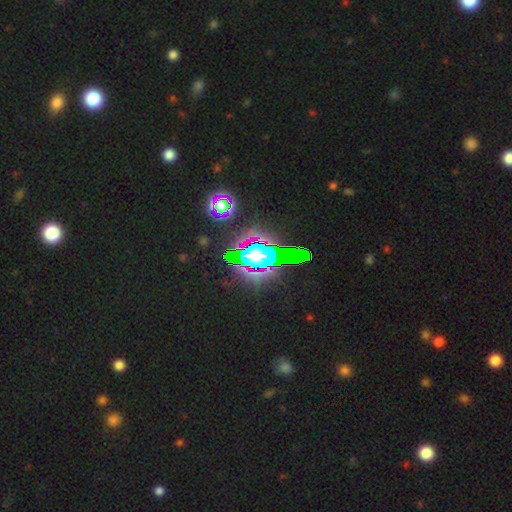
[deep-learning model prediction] Overall: star or artifact (61%).